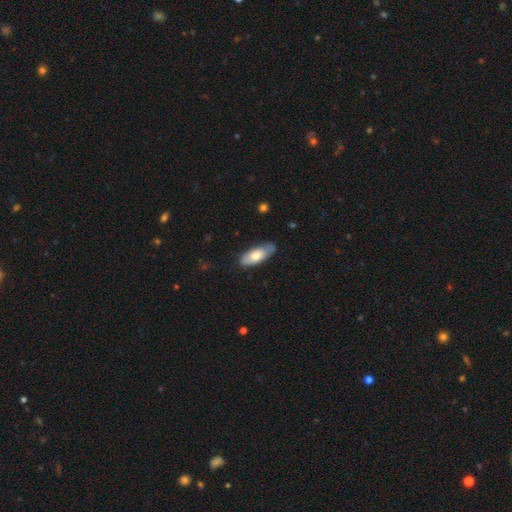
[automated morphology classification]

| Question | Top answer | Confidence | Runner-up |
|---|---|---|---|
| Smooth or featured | smooth | 71% | featured or disk (23%) |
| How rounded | in between | 76% | cigar-shaped (22%) |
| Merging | none | 77% | minor disturbance (18%) |